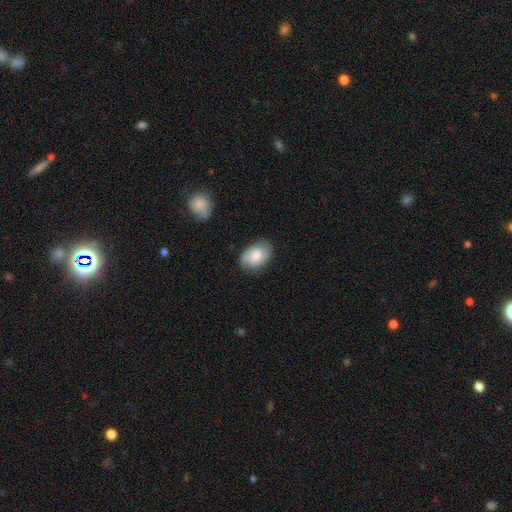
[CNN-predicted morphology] Overall: smooth (72%). How rounded: in between (87%). Merging: none (71%).